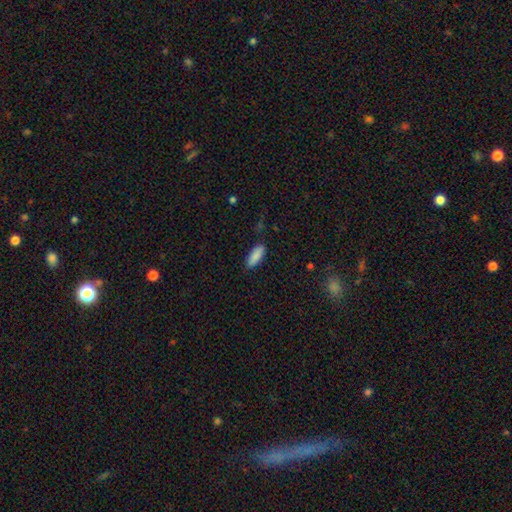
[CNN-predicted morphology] This is clearly a smooth galaxy (89%). How rounded: likely in between (67%). Merging: clearly none (87%).